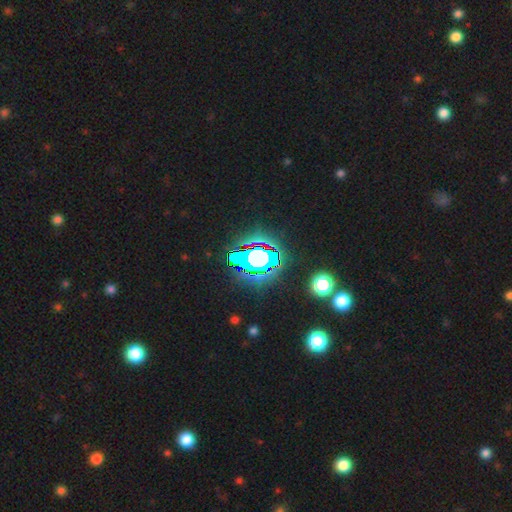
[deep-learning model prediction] star or artifact 78%, smooth 13%, featured or disk 9%.